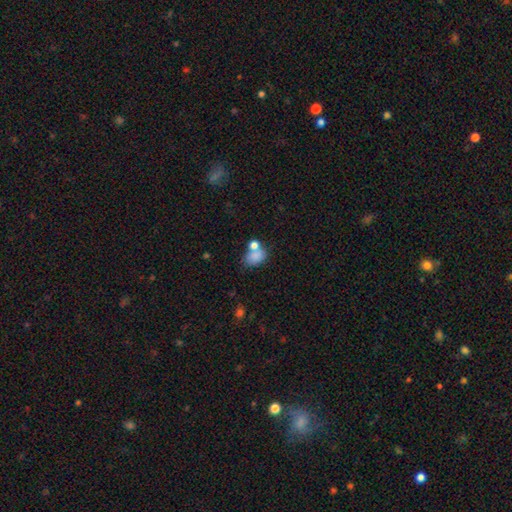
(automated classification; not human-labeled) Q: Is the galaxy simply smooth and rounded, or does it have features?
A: smooth — 80%.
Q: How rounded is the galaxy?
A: in between — 74%.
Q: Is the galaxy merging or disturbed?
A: none — 42%.